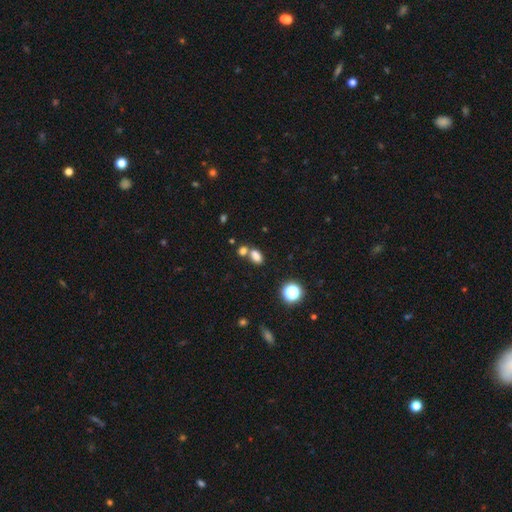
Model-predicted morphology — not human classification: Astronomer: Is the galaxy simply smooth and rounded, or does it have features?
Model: smooth — 79%.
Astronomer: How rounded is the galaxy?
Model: in between — 83%.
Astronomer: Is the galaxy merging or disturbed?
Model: none — 52% (runner-up: merger, 35%).